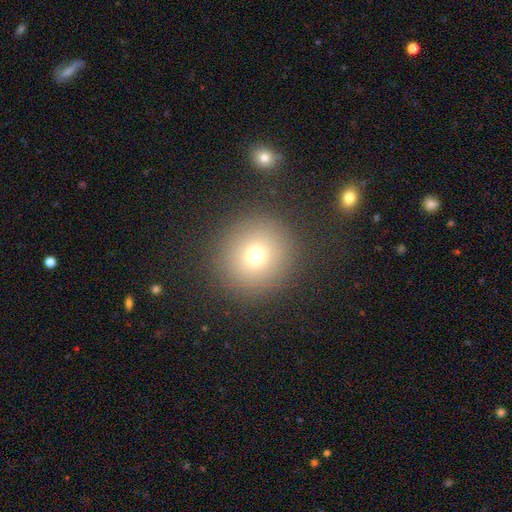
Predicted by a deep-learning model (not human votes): Smooth or featured?
  - smooth: 73% *
  - star or artifact: 16%
  - featured or disk: 11%
How rounded?
  - round: 94% *
  - in between: 5%
  - cigar-shaped: 1%
Merging?
  - none: 88% *
  - minor disturbance: 6%
  - major disturbance: 3%
  - merger: 2%